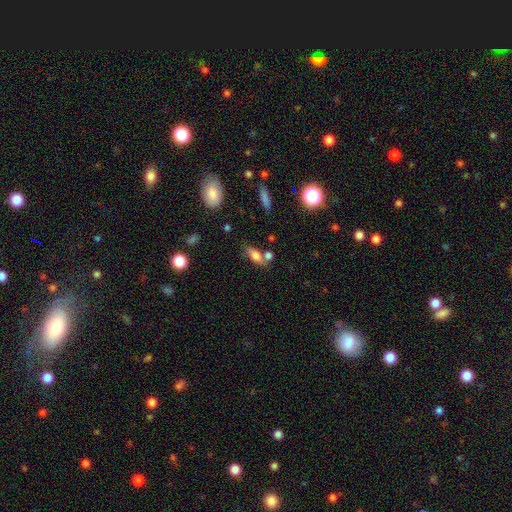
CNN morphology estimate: The model was most divided on "merging": none: 48%, merger: 29%, minor disturbance: 17%, major disturbance: 7%. More confident: how rounded — in between (79%); smooth or featured — smooth (77%).